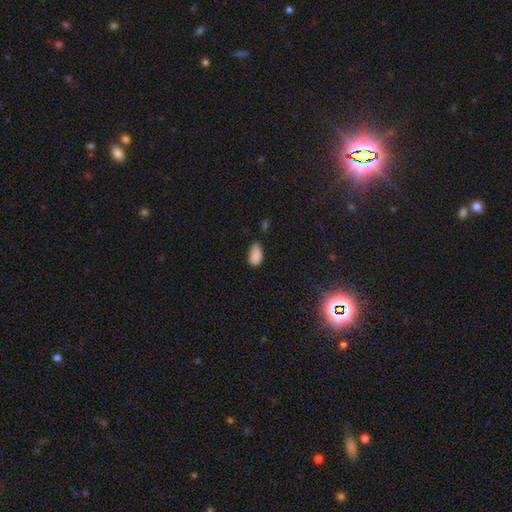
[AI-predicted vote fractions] The model was most divided on "merging": minor disturbance: 44%, none: 43%, major disturbance: 10%, merger: 4%. More confident: how rounded — in between (92%); smooth or featured — smooth (85%).